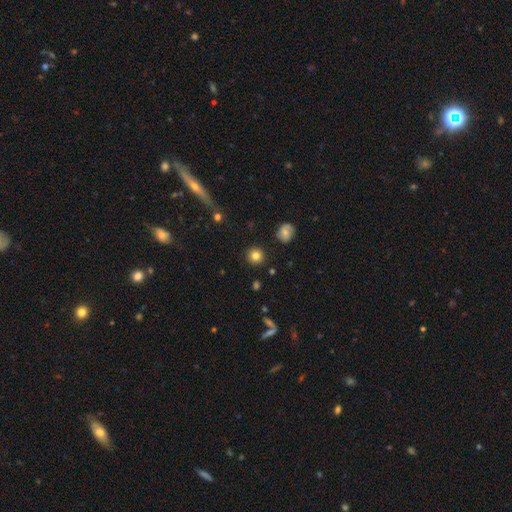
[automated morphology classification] Q: Smooth or featured?
A: smooth (83%); runner-up: star or artifact (11%)
Q: How rounded?
A: round (93%); runner-up: in between (6%)
Q: Merging?
A: none (91%); runner-up: minor disturbance (6%)